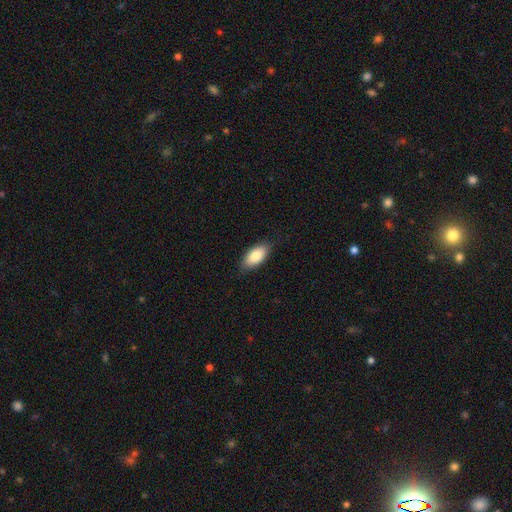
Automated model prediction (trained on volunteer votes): Q: Smooth or featured?
A: smooth (85%); runner-up: featured or disk (9%)
Q: How rounded?
A: in between (91%); runner-up: cigar-shaped (6%)
Q: Merging?
A: none (84%); runner-up: minor disturbance (12%)